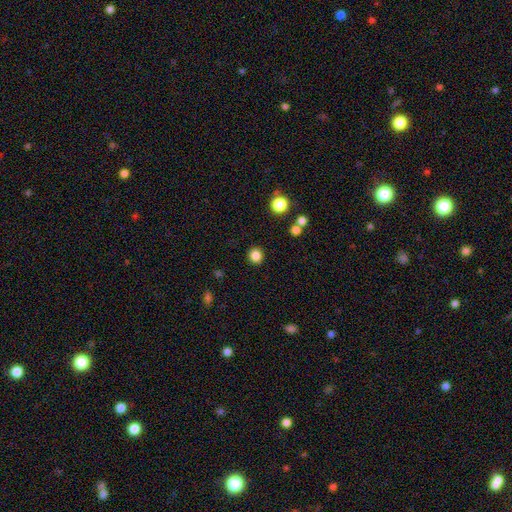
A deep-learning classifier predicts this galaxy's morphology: This appears to be a smooth galaxy with no disk features (84%) that is round (89%). Merging: none (91%).